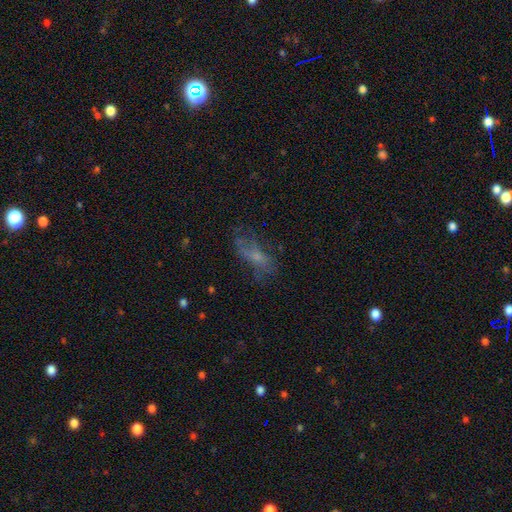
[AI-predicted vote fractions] smooth-or-featured: smooth: 48% | featured or disk: 37% | star or artifact: 16%
  merging: none: 46% | major disturbance: 27% | minor disturbance: 25% | merger: 3%